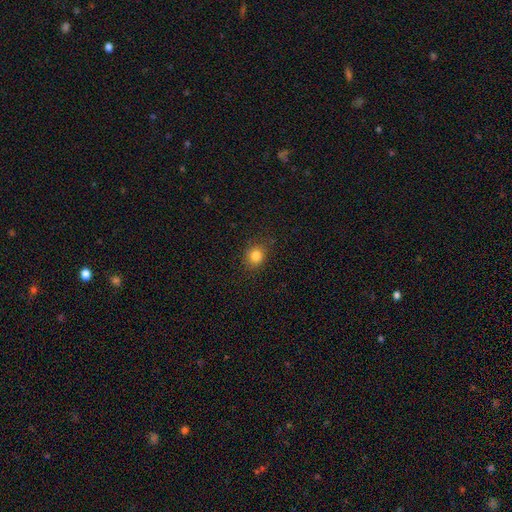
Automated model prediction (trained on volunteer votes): This appears to be a smooth galaxy with no disk features (83%) that is round (74%). Merging: none (85%).